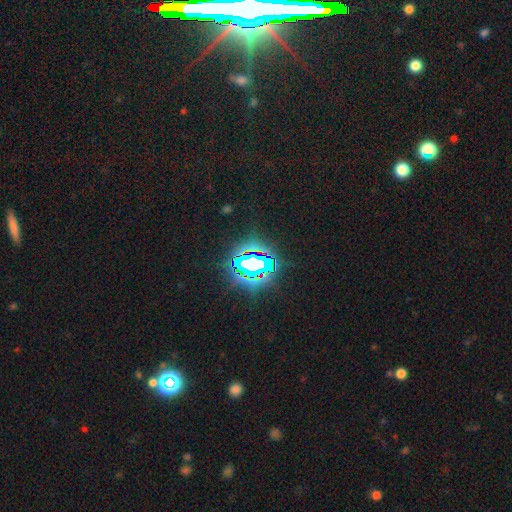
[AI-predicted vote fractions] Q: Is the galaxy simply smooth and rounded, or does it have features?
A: star or artifact — 82%.